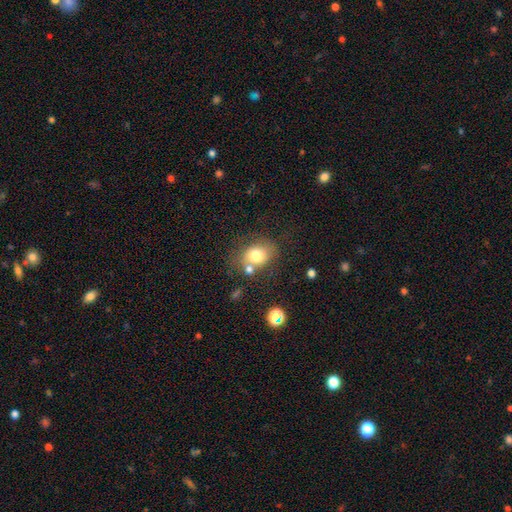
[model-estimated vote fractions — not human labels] This appears to be a smooth galaxy with no disk features (75%) that is in between round and cigar-shaped (53%). Merging: none (58%).